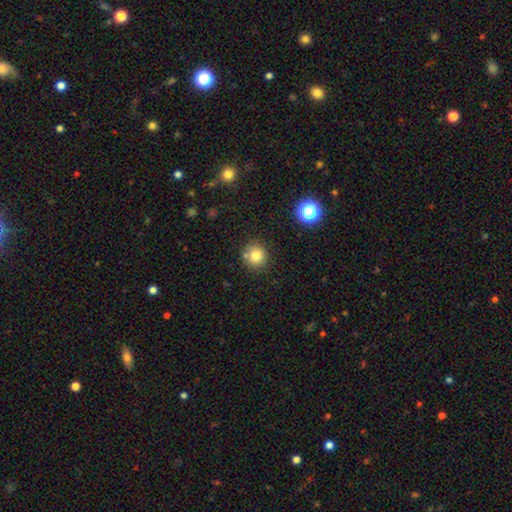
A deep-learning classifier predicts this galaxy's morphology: This is likely a smooth galaxy (79%). How rounded: clearly round (92%). Merging: likely none (80%).